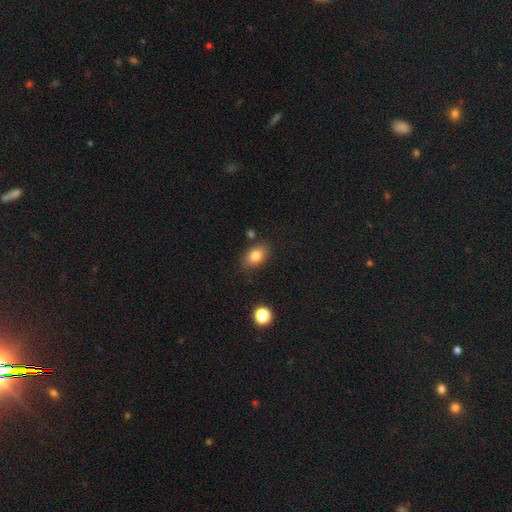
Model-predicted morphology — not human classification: This appears to be a smooth galaxy with no disk features (81%) that is in between round and cigar-shaped (84%). Merging: none (81%).